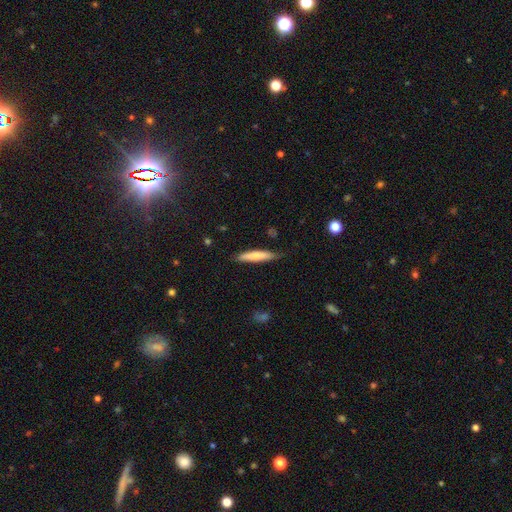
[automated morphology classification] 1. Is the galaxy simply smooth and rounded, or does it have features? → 73% smooth, 22% featured or disk, 6% star or artifact.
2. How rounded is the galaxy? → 90% cigar-shaped, 9% in between, 1% round.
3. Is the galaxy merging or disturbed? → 79% none, 17% minor disturbance, 3% major disturbance, 1% merger.